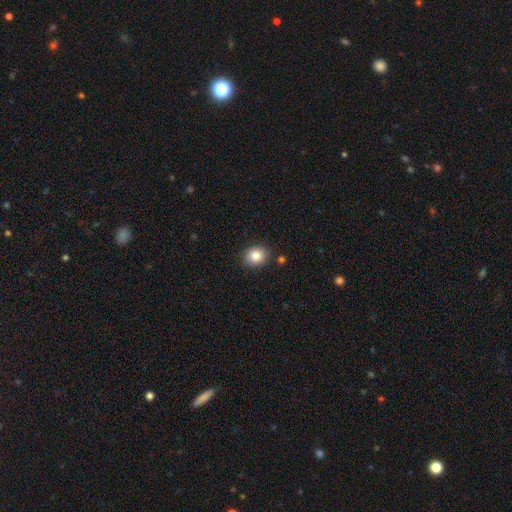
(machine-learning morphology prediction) The model was most divided on "how rounded": round: 65%, in between: 34%, cigar-shaped: 1%. More confident: merging — none (85%); smooth or featured — smooth (85%).